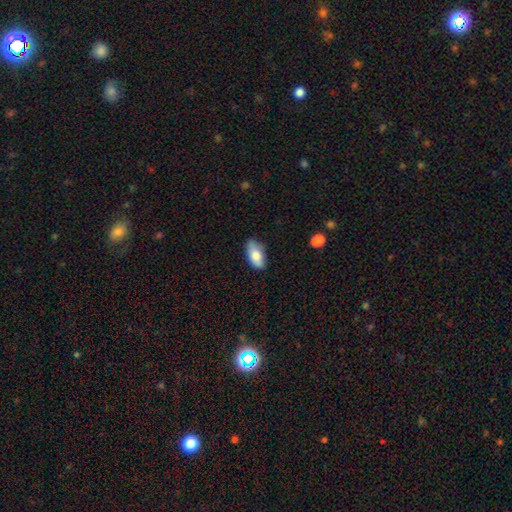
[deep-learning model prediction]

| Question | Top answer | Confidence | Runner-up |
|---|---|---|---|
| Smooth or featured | smooth | 81% | featured or disk (13%) |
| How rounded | in between | 91% | cigar-shaped (5%) |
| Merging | none | 75% | minor disturbance (20%) |